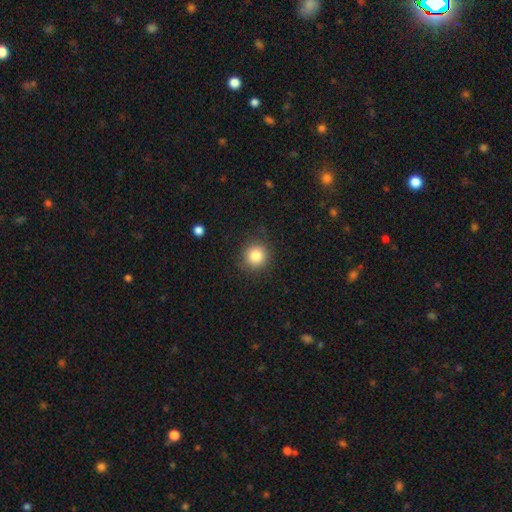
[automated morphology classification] smooth_or_featured: smooth (p=0.83) [alt: star or artifact p=0.11]
how_rounded: round (p=0.92) [alt: in between p=0.07]
merging: none (p=0.86) [alt: minor disturbance p=0.09]